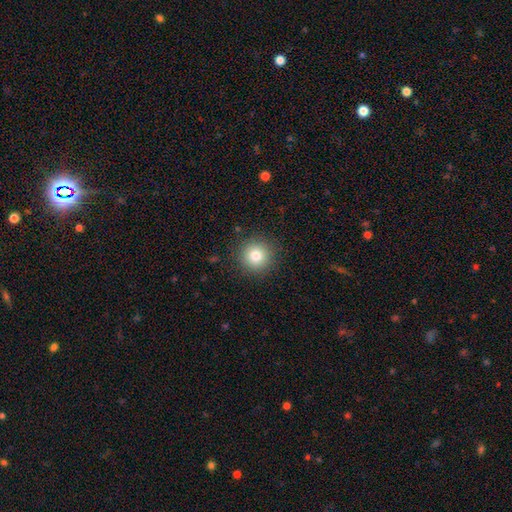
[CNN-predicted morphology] Q: Smooth or featured?
A: smooth (81%); runner-up: star or artifact (11%)
Q: How rounded?
A: round (95%); runner-up: in between (4%)
Q: Merging?
A: none (90%); runner-up: minor disturbance (7%)